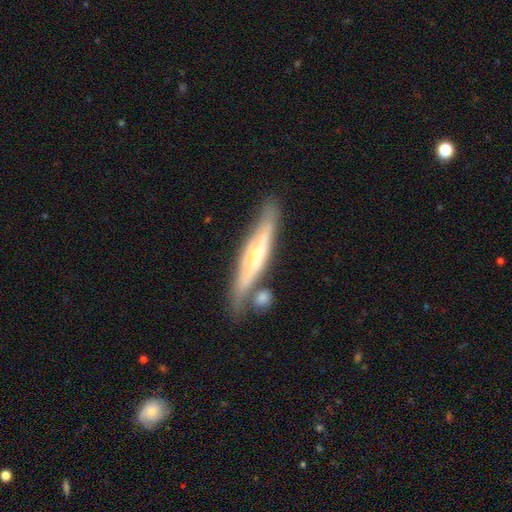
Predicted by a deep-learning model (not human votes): featured or disk 65%, smooth 30%, star or artifact 6%. Down the decision tree: edge-on disk — yes (85%); edge-on bulge — rounded (63%); merging — none (67%).